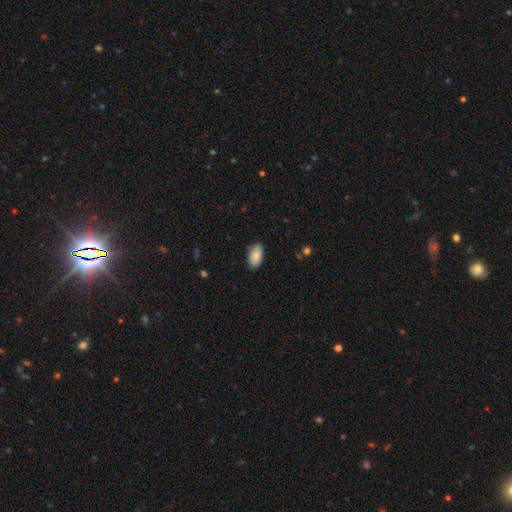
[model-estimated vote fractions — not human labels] A smooth galaxy with no disk features (85%) that is in between round and cigar-shaped (95%). Merging: none (84%).